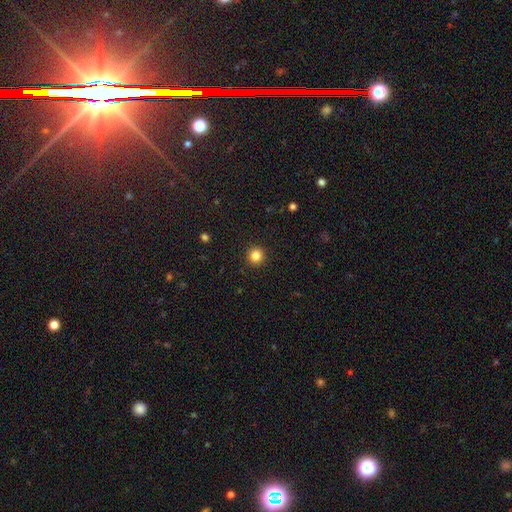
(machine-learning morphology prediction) The model was most divided on "smooth or featured": smooth: 84%, star or artifact: 12%, featured or disk: 4%. More confident: how rounded — round (94%); merging — none (93%).